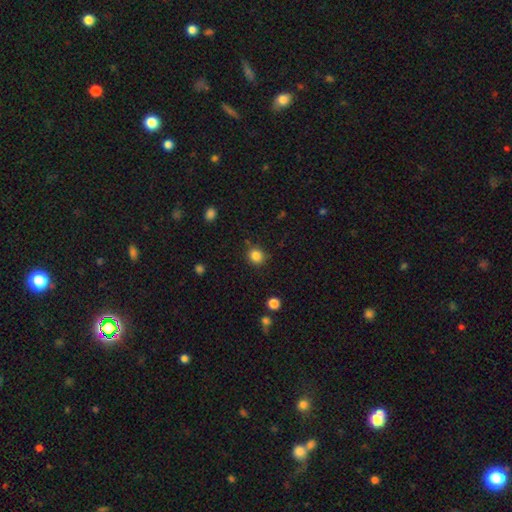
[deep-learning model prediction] Overall: smooth (85%). How rounded: round (85%). Merging: none (84%).